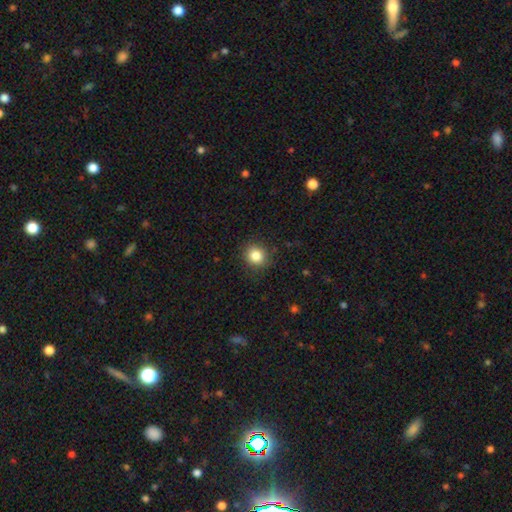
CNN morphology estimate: smooth 84%, star or artifact 11%, featured or disk 5%. Down the decision tree: how rounded — round (81%); merging — none (88%).